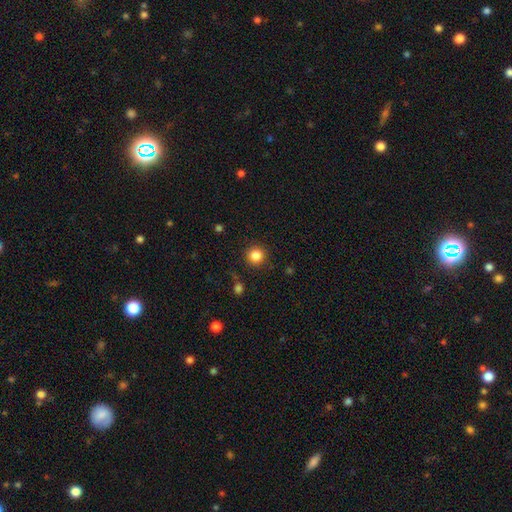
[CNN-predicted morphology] This is clearly a smooth galaxy (85%). How rounded: clearly round (94%). Merging: clearly none (89%).